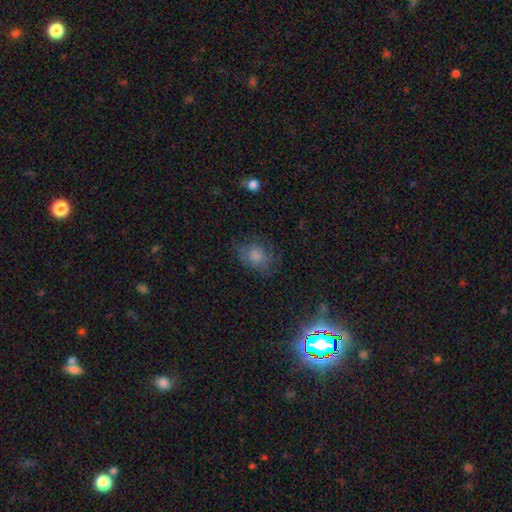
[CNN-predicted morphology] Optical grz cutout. It shows a smooth galaxy with no disk features (66%) that is in between round and cigar-shaped (55%). Merging: none (63%).